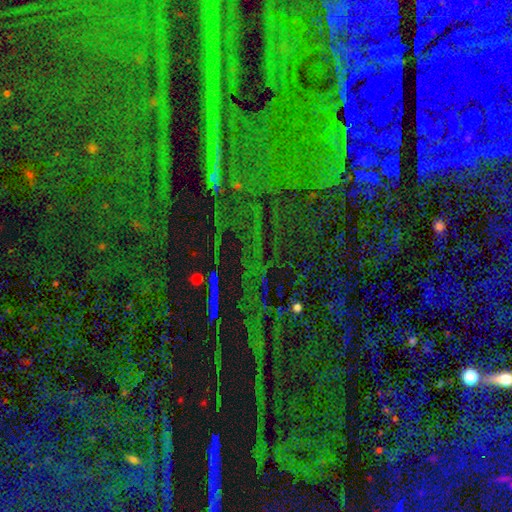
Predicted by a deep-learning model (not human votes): Smooth or featured? star or artifact (83%)